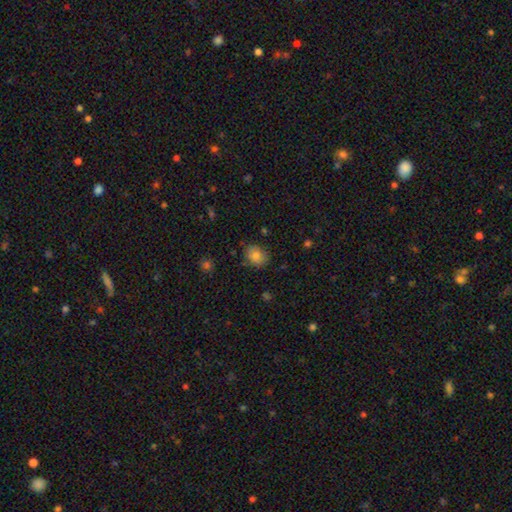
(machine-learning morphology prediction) Q: Smooth or featured?
A: smooth (82%); runner-up: star or artifact (10%)
Q: How rounded?
A: round (51%); runner-up: in between (48%)
Q: Merging?
A: none (80%); runner-up: minor disturbance (14%)